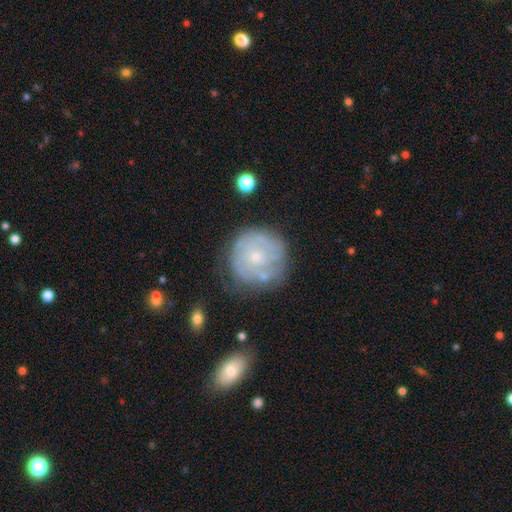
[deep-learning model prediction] A featured or disk galaxy (65%) with no bar (81%), spiral arms (73%) and a small central bulge (74%). Merging: none (67%).